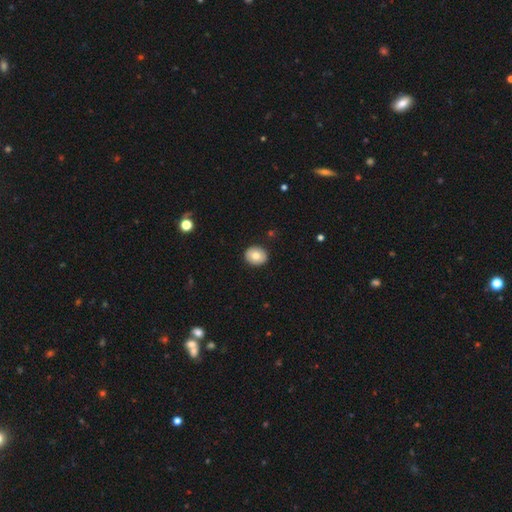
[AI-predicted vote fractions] Smooth or featured? Predicted: smooth (p=0.78). How rounded? Predicted: round (p=0.64). Merging? Predicted: none (p=0.90).